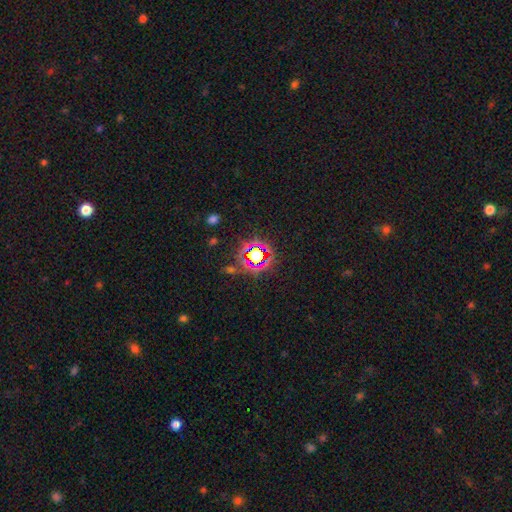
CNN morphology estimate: Smooth or featured: star or artifact — 70% (smooth — 20%)